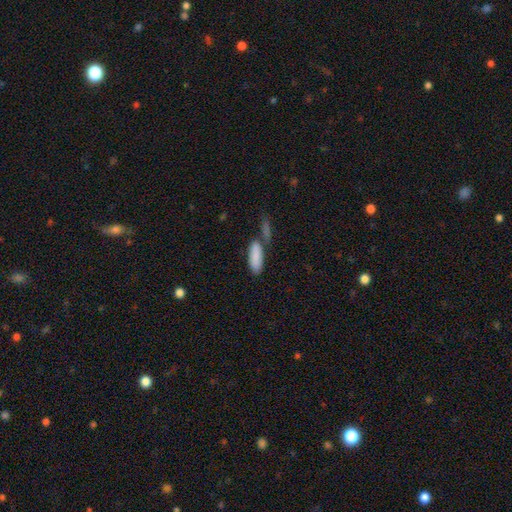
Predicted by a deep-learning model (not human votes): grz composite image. It shows a smooth galaxy with no disk features (86%) that is in between round and cigar-shaped (63%). Merging: none (49%).